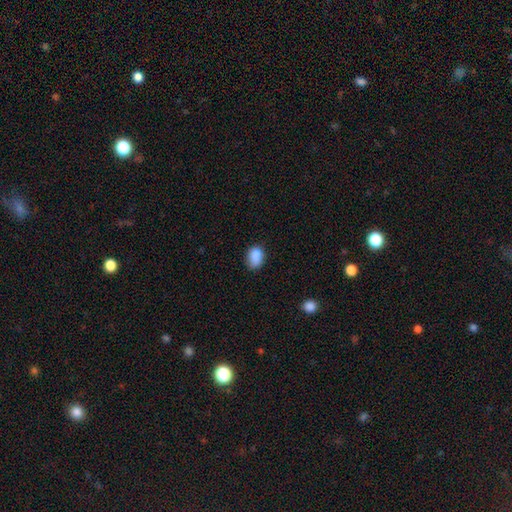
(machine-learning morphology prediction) Smooth or featured?
  - smooth: 86% *
  - star or artifact: 9%
  - featured or disk: 5%
How rounded?
  - in between: 75% *
  - round: 24%
  - cigar-shaped: 1%
Merging?
  - none: 64% *
  - minor disturbance: 28%
  - major disturbance: 6%
  - merger: 2%